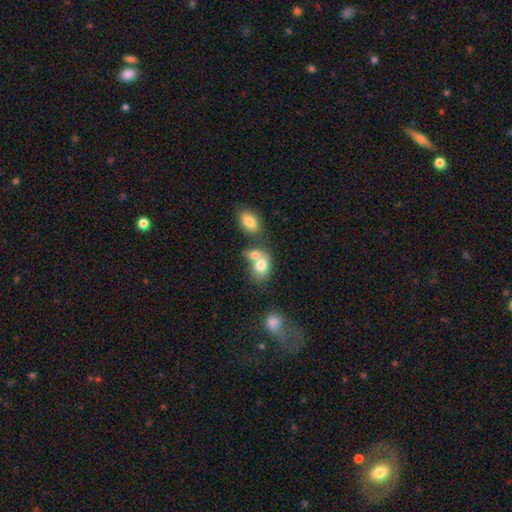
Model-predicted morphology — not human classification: Q: Smooth or featured?
A: smooth (67%); runner-up: featured or disk (17%)
Q: How rounded?
A: in between (64%); runner-up: round (33%)
Q: Merging?
A: merger (47%); runner-up: none (38%)